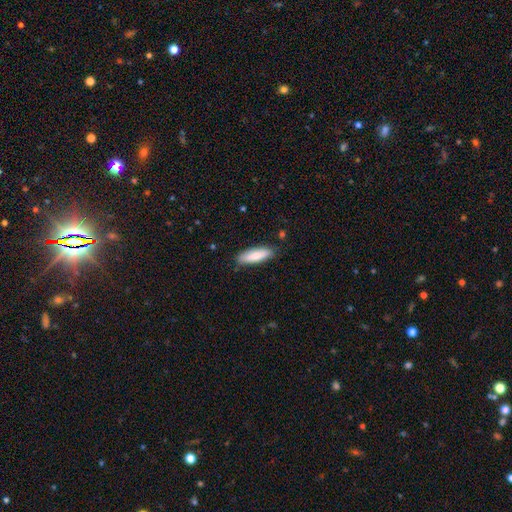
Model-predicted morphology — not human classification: smooth 81%, featured or disk 14%, star or artifact 5%. Down the decision tree: how rounded — cigar-shaped (51%); merging — none (84%).